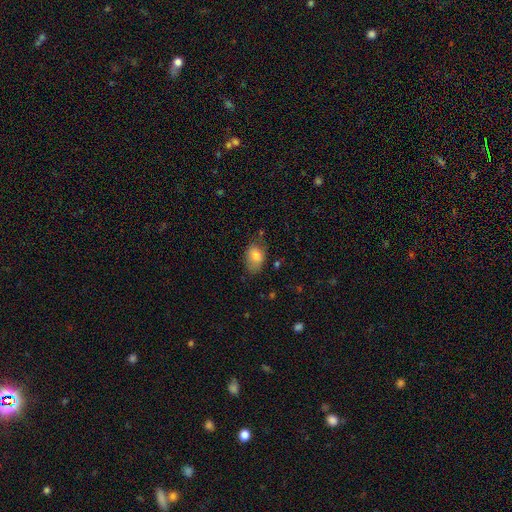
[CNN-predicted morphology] type=smooth (79%); roundness=in between (84%); merging=none (61%).